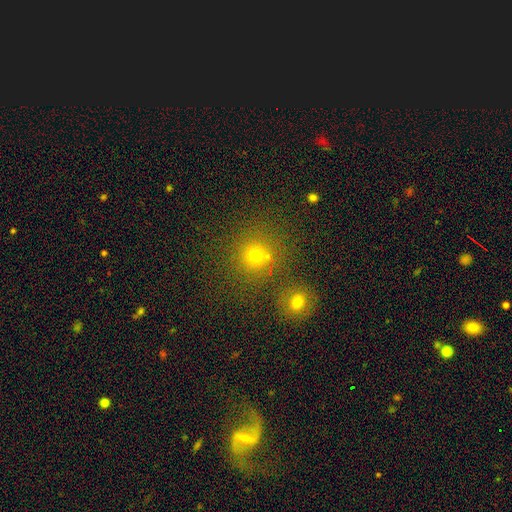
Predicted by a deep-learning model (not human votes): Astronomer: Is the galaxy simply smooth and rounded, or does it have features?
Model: smooth — 70%.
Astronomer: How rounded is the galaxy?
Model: round — 89%.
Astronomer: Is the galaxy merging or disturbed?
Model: none — 72%.